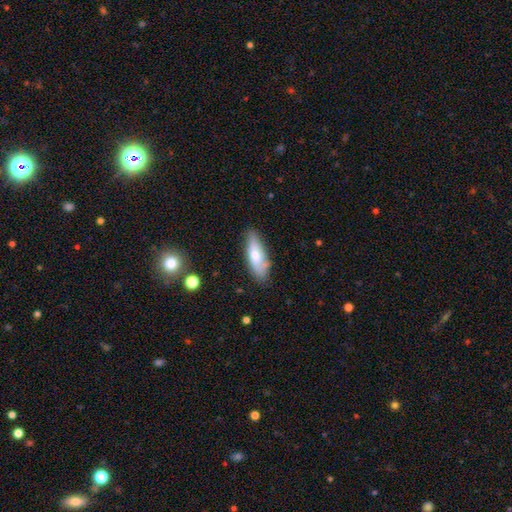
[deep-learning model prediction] This appears to be a smooth galaxy with no disk features (67%) that is in between round and cigar-shaped (63%). Merging: none (72%).